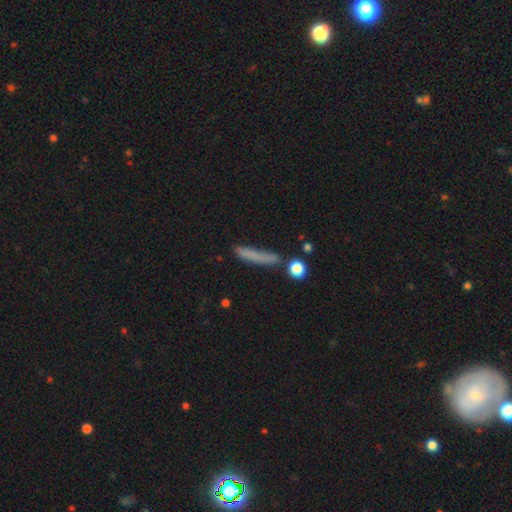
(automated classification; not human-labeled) This appears to be a smooth galaxy with no disk features (70%) that is cigar-shaped (89%). Merging: none (68%).